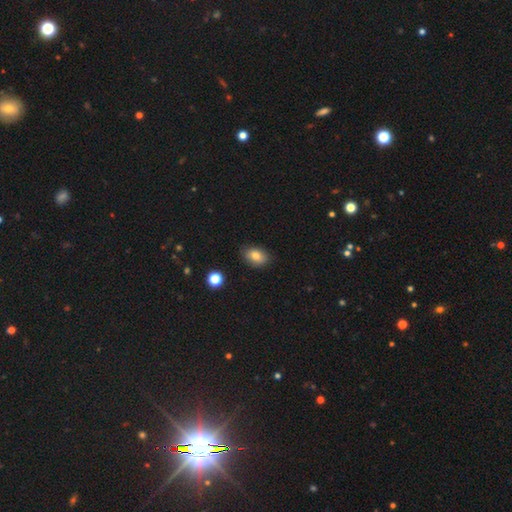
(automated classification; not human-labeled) smooth_or_featured: smooth (p=0.82) [alt: featured or disk p=0.09]
how_rounded: in between (p=0.84) [alt: round p=0.15]
merging: none (p=0.83) [alt: minor disturbance p=0.13]